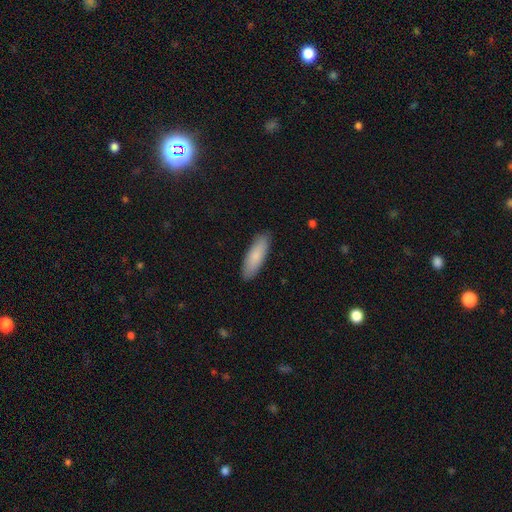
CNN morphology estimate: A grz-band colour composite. It shows a smooth galaxy with no disk features (84%) that is cigar-shaped (50%). Merging: none (89%).